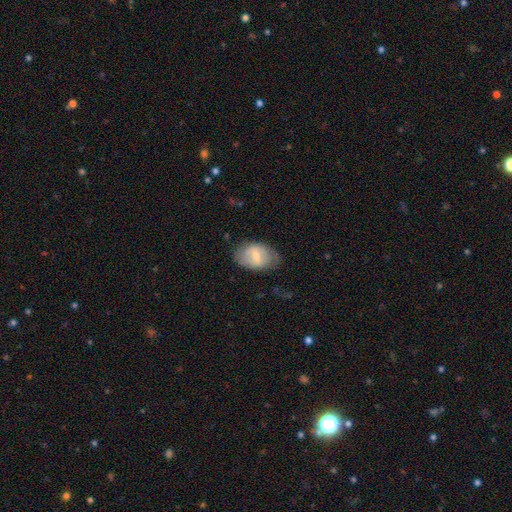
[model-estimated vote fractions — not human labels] Smooth or featured?
  - smooth: 50% *
  - featured or disk: 43%
  - star or artifact: 7%
How rounded?
  - in between: 84% *
  - round: 14%
  - cigar-shaped: 1%
Merging?
  - none: 69% *
  - minor disturbance: 22%
  - major disturbance: 7%
  - merger: 1%